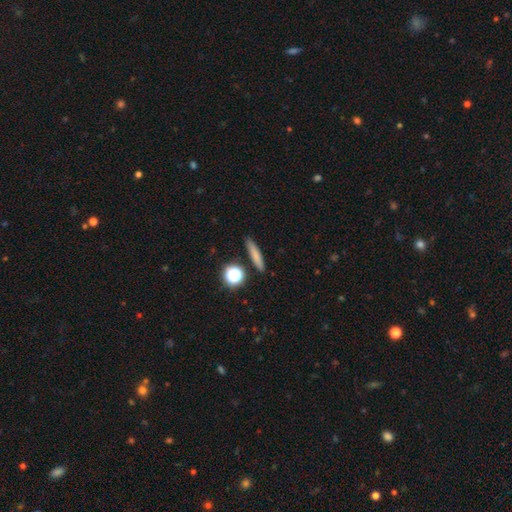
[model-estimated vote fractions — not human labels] The model was most divided on "smooth or featured": smooth: 74%, featured or disk: 15%, star or artifact: 11%. More confident: merging — none (87%); how rounded — cigar-shaped (82%).